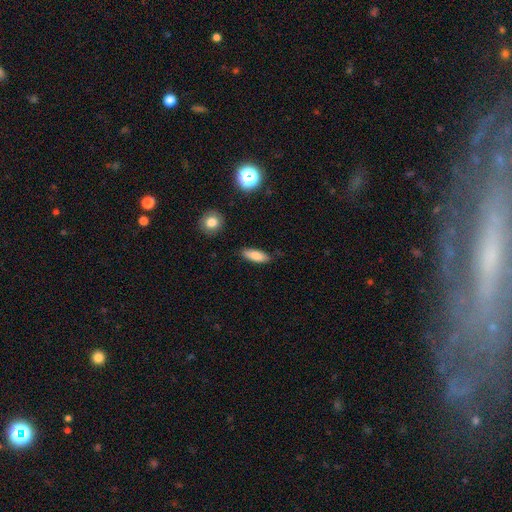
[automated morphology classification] smooth_or_featured: smooth (p=0.82) [alt: featured or disk p=0.11]
how_rounded: in between (p=0.67) [alt: cigar-shaped p=0.30]
merging: none (p=0.80) [alt: minor disturbance p=0.15]